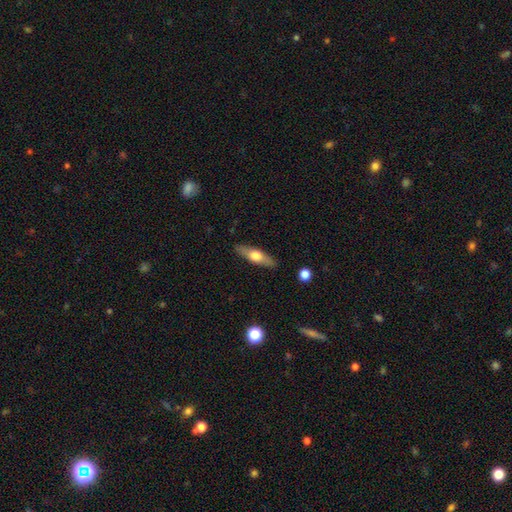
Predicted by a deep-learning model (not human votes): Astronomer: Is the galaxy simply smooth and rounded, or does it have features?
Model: smooth — 48% (runner-up: featured or disk, 46%).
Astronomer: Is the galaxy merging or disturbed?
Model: none — 87%.